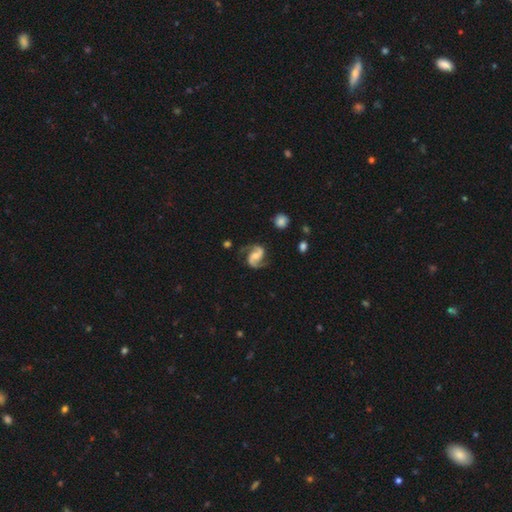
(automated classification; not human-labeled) This appears to be a featured or disk galaxy (91%) with a weak bar (43%), 2 (94%) medium (56%) spiral arms (98%) and a moderate central bulge (42%). Merging: none (78%).